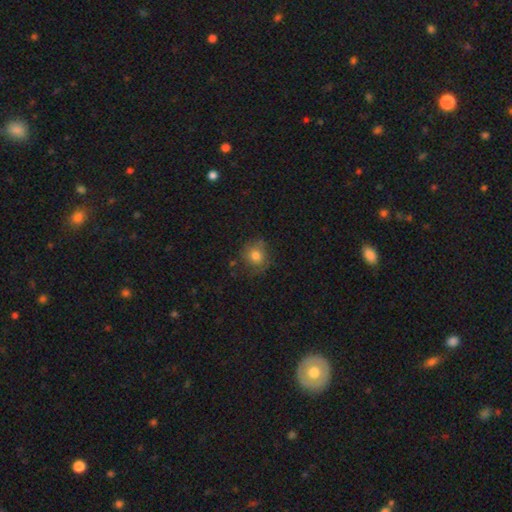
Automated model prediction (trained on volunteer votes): Q: Smooth or featured?
A: smooth (77%); runner-up: featured or disk (12%)
Q: How rounded?
A: round (80%); runner-up: in between (19%)
Q: Merging?
A: none (70%); runner-up: minor disturbance (21%)